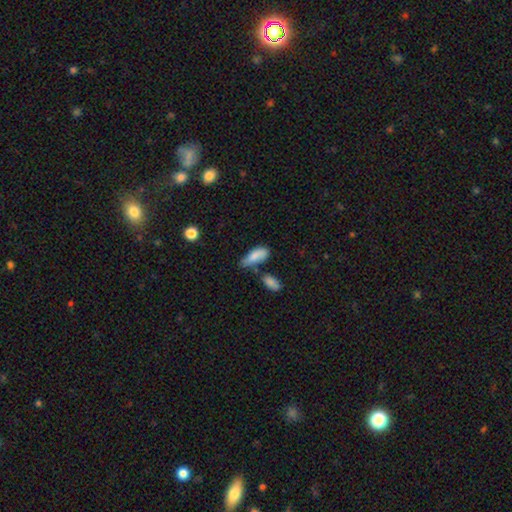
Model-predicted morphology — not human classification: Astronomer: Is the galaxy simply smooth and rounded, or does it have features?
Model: smooth — 80%.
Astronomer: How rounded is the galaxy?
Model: in between — 81%.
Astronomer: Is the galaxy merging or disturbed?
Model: none — 49% (runner-up: minor disturbance, 32%).